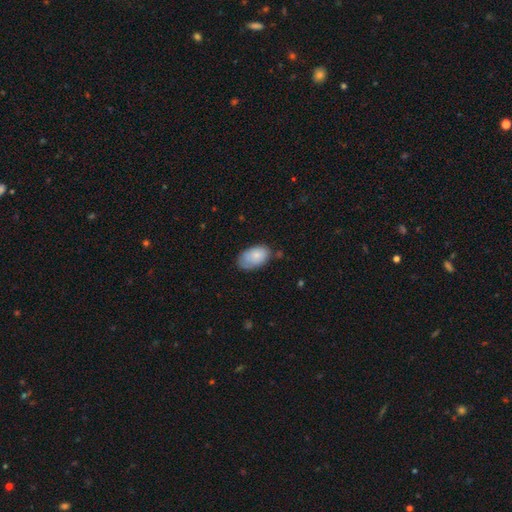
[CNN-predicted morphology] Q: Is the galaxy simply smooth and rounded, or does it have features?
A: smooth — 81%.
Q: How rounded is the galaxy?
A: in between — 93%.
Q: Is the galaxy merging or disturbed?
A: none — 59%.